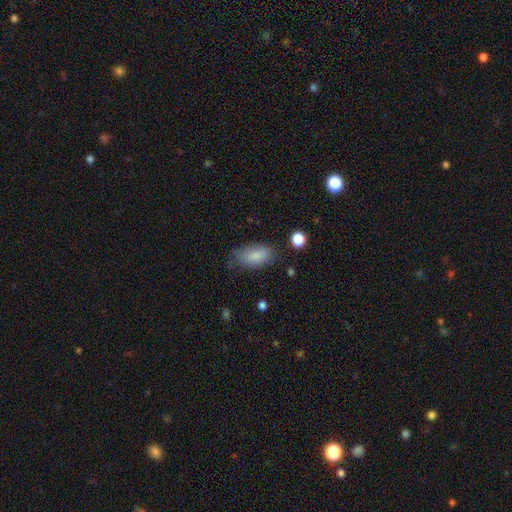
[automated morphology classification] type=smooth (84%); roundness=in between (91%); merging=none (66%).